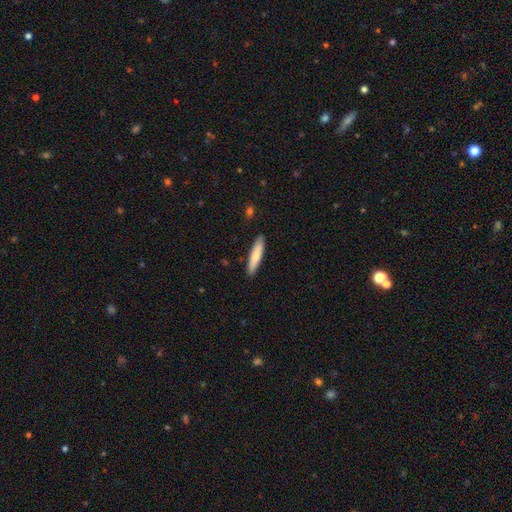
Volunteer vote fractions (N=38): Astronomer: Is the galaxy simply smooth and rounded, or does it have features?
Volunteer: smooth — 76%.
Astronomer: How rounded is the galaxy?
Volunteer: cigar-shaped — 86%.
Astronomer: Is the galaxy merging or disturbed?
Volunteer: none — 89%.